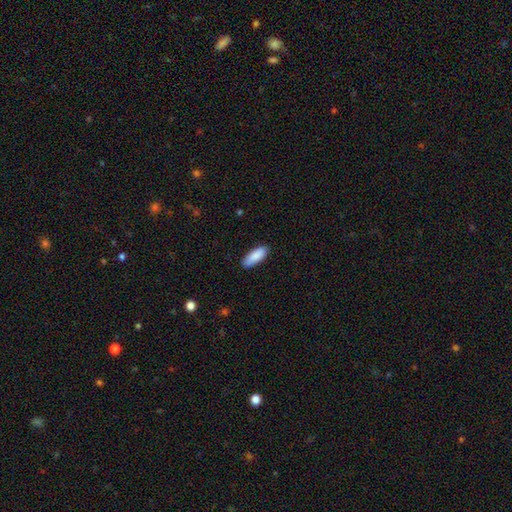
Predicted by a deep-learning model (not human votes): This appears to be a smooth galaxy with no disk features (89%) that is in between round and cigar-shaped (68%). Merging: none (88%).